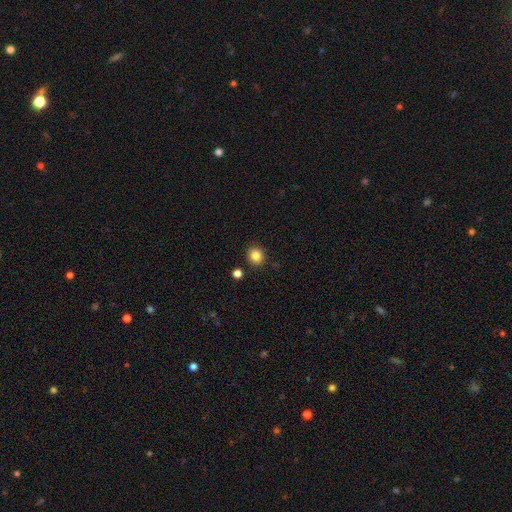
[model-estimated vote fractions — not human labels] A smooth galaxy with no disk features (84%) that is round (83%). Merging: none (87%).